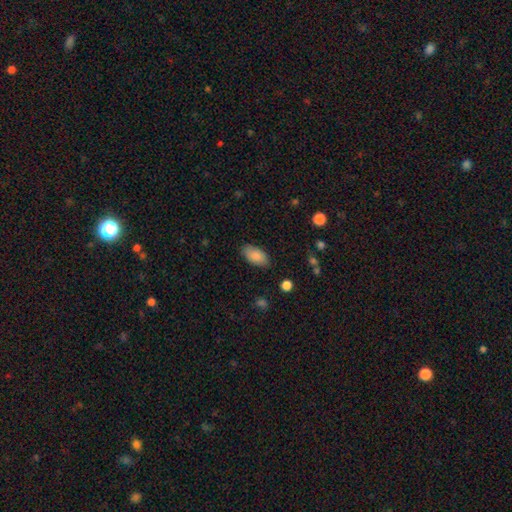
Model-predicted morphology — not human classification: Smooth or featured? Predicted: smooth (p=0.88). How rounded? Predicted: in between (p=0.94). Merging? Predicted: none (p=0.84).